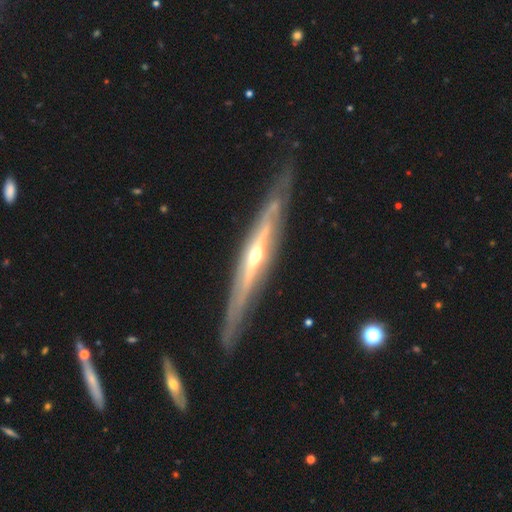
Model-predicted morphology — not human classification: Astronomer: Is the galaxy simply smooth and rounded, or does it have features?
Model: featured or disk — 85%.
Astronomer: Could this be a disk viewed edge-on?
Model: yes — 89%.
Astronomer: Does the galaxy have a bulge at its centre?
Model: rounded — 79%.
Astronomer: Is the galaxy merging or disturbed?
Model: none — 80%.